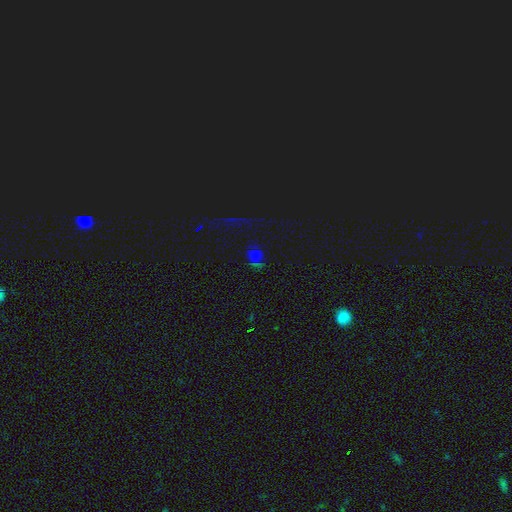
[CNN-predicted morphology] smooth_or_featured: star or artifact (p=0.54) [alt: smooth p=0.34]